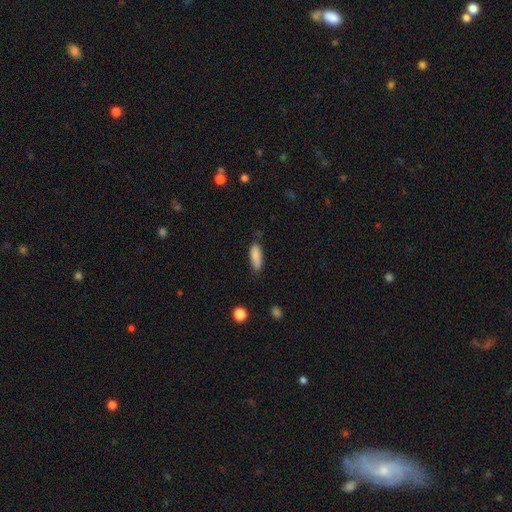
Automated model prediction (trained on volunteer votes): Smooth or featured?
  - smooth: 88% *
  - star or artifact: 7%
  - featured or disk: 5%
How rounded?
  - in between: 60% *
  - cigar-shaped: 38%
  - round: 2%
Merging?
  - none: 76% *
  - minor disturbance: 18%
  - major disturbance: 3%
  - merger: 2%